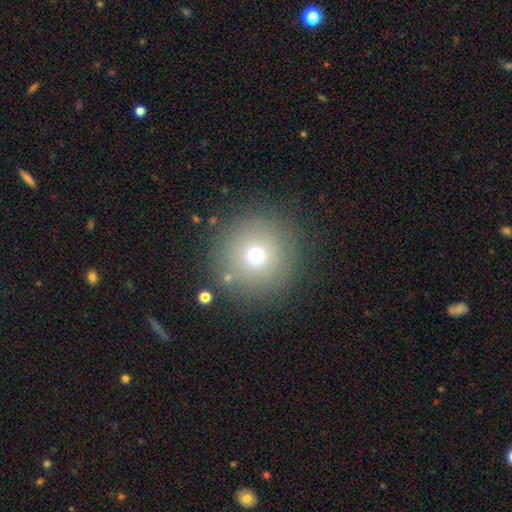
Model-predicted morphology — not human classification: A smooth galaxy with no disk features (69%) that is round (95%). Merging: none (85%).